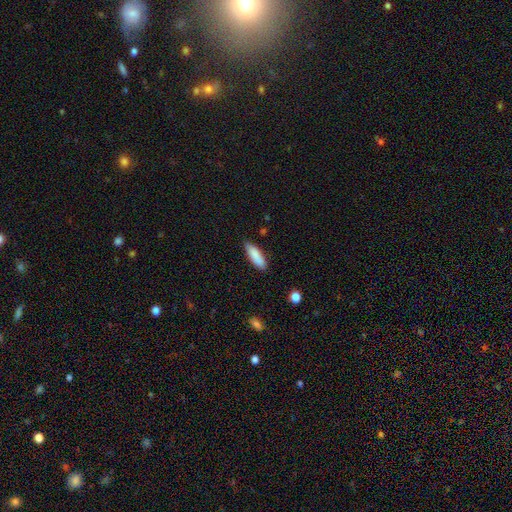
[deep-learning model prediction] Overall: smooth (86%). How rounded: in between (51%; cigar-shaped 47%). Merging: none (81%).